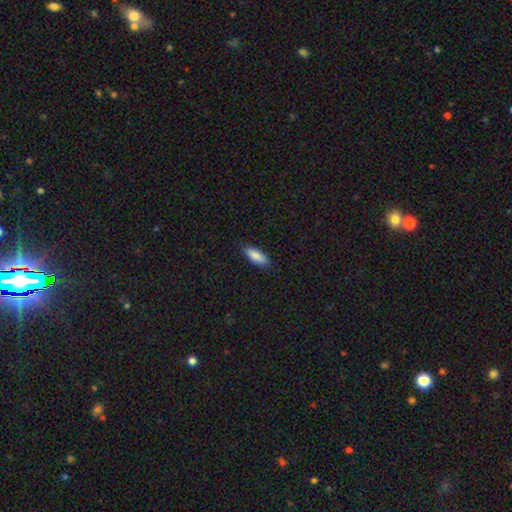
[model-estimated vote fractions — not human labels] Morphology: type=smooth (87%); roundness=in between (67%); merging=none (89%).